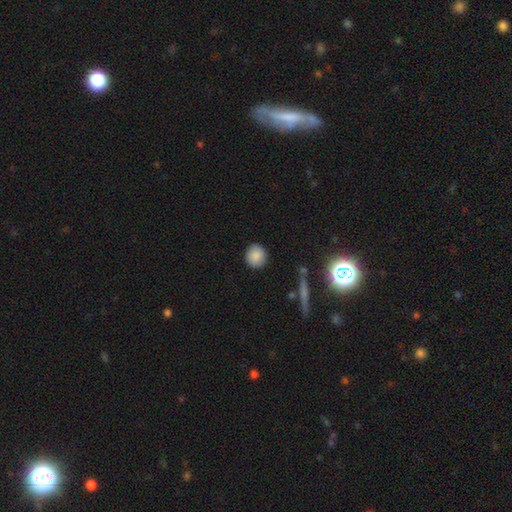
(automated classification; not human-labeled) This is clearly a smooth galaxy (87%). How rounded: clearly round (90%). Merging: clearly none (90%).